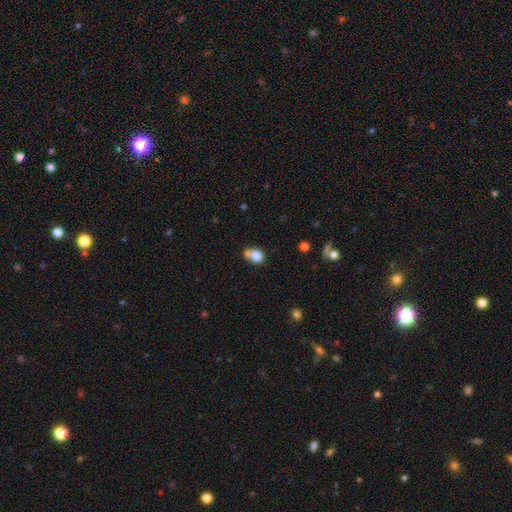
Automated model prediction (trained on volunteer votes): Smooth or featured?
  - smooth: 81% *
  - star or artifact: 10%
  - featured or disk: 9%
How rounded?
  - round: 51% *
  - in between: 48%
  - cigar-shaped: 1%
Merging?
  - none: 43% *
  - merger: 34%
  - minor disturbance: 17%
  - major disturbance: 6%